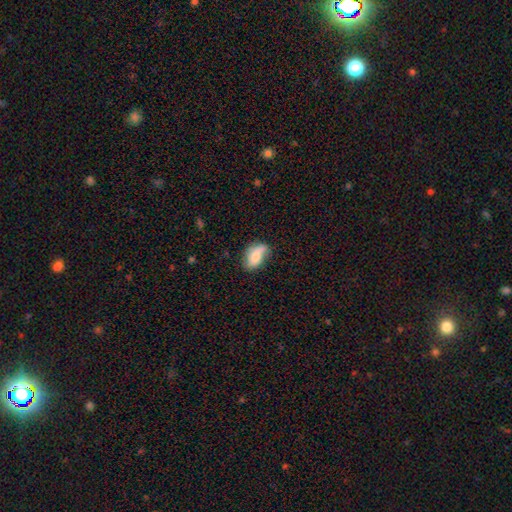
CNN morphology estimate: Smooth or featured? Predicted: smooth (p=0.65). How rounded? Predicted: in between (p=0.90). Merging? Predicted: none (p=0.54).